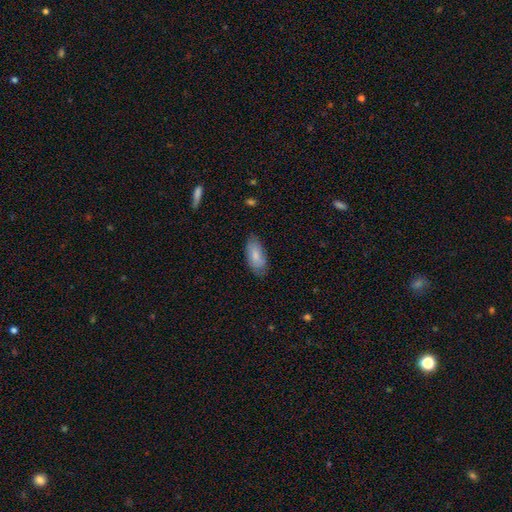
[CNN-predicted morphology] This is likely a smooth galaxy (79%). How rounded: clearly in between (90%). Merging: likely none (75%).